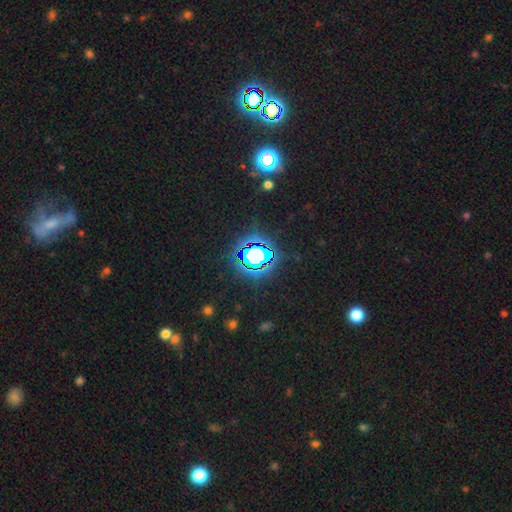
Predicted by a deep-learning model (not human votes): Overall: star or artifact (74%).